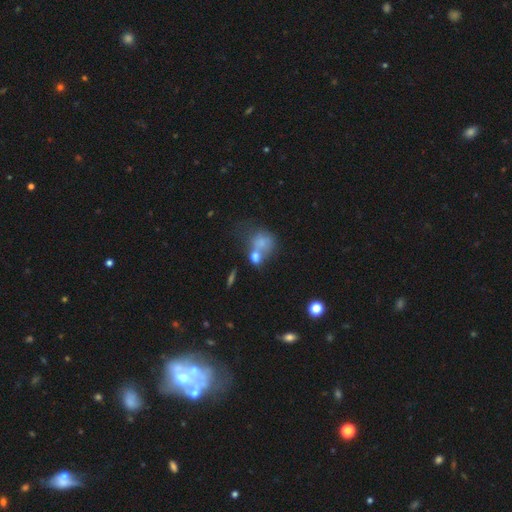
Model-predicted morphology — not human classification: The model was most divided on "how rounded": in between: 54%, round: 43%, cigar-shaped: 2%. More confident: smooth or featured — smooth (66%); merging — merger (50%).